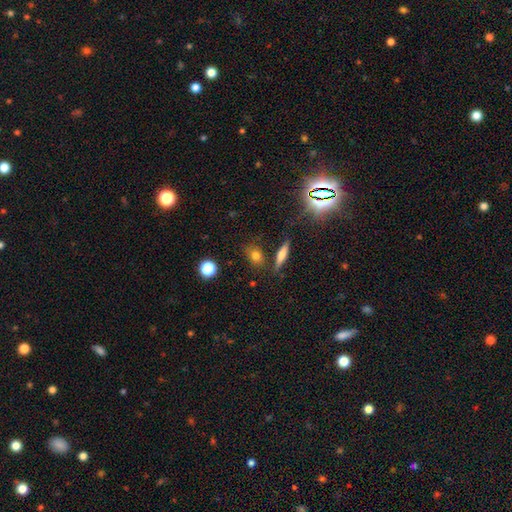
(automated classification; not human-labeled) Smooth or featured?
  - smooth: 75% *
  - star or artifact: 14%
  - featured or disk: 11%
How rounded?
  - in between: 50% *
  - round: 43%
  - cigar-shaped: 7%
Merging?
  - none: 78% *
  - minor disturbance: 13%
  - merger: 5%
  - major disturbance: 4%